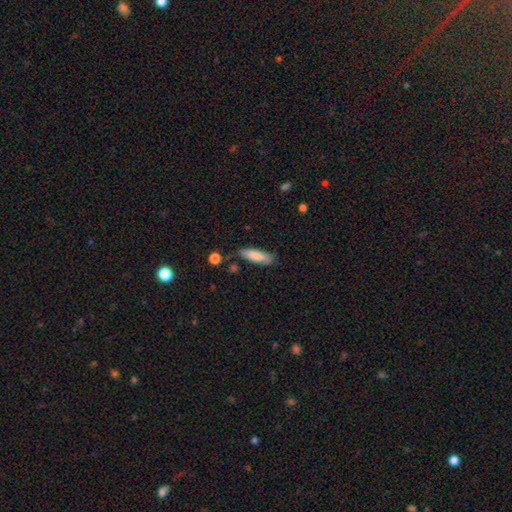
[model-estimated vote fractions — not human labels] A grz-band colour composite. It shows a smooth galaxy with no disk features (84%) that is cigar-shaped (55%). Merging: none (75%).